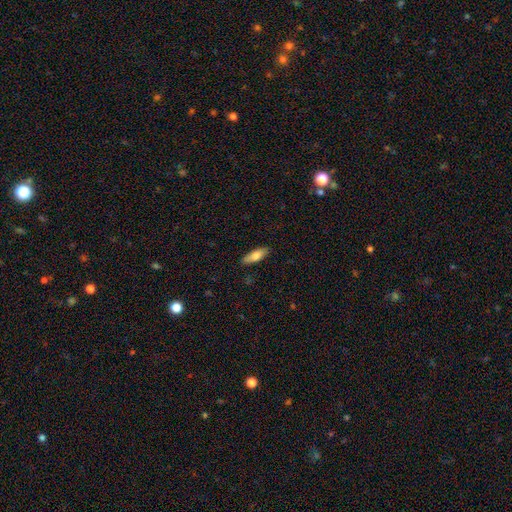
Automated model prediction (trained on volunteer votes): Morphology: type=smooth (74%); roundness=in between (59%); merging=none (86%).